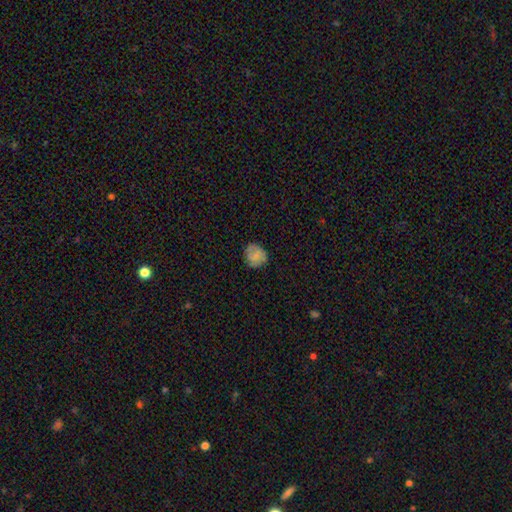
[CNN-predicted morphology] smooth 70%, featured or disk 21%, star or artifact 9%. Down the decision tree: how rounded — round (78%); merging — none (79%).